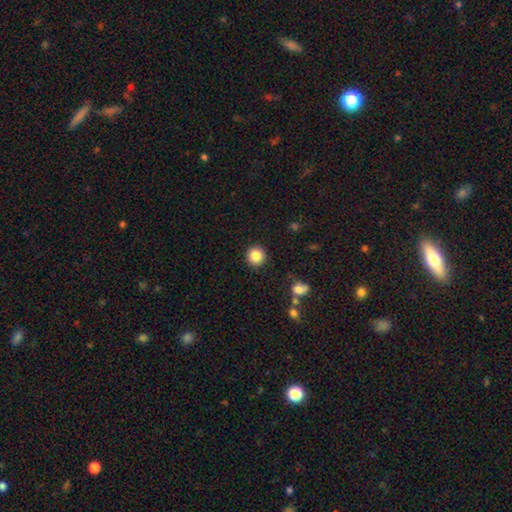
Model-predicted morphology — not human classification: A smooth galaxy with no disk features (86%) that is round (94%). Merging: none (91%).